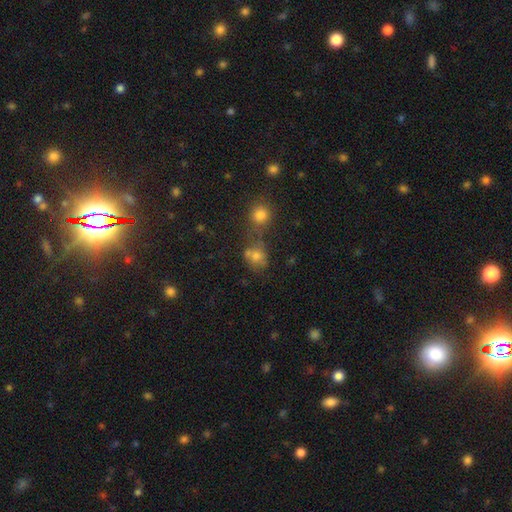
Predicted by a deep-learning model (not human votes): Smooth or featured: smooth — 70% (star or artifact — 17%)
How rounded: round — 65% (in between — 34%)
Merging: none — 44% (merger — 33%)